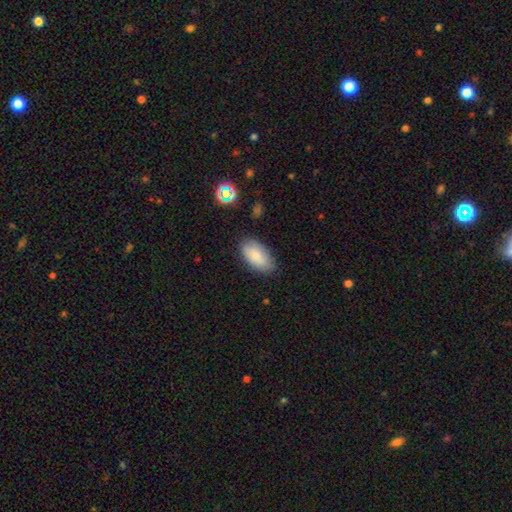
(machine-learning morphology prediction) smooth 84%, featured or disk 9%, star or artifact 7%. Down the decision tree: how rounded — in between (94%); merging — none (80%).